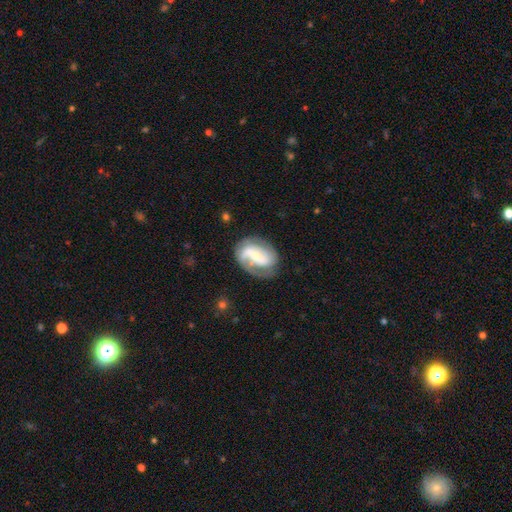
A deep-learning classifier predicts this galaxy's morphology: Smooth or featured? featured or disk (80%)
Edge-on disk? no (97%)
Bar? weak (37%)
Spiral arms? yes (91%)
Spiral winding? medium (43%)
Spiral arm count? 2 (71%)
Bulge size? small (53%)
Merging? none (64%)